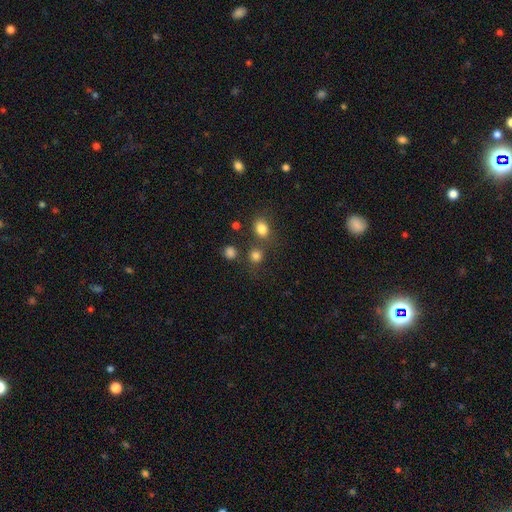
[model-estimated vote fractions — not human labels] smooth-or-featured: smooth: 79% | star or artifact: 15% | featured or disk: 6%
  how-rounded: round: 80% | in between: 19% | cigar-shaped: 1%
  merging: none: 66% | merger: 20% | minor disturbance: 10% | major disturbance: 5%